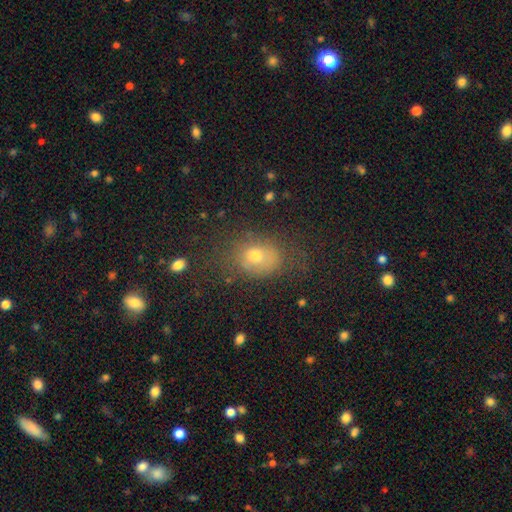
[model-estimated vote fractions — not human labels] smooth 69%, featured or disk 16%, star or artifact 16%. Down the decision tree: how rounded — in between (54%); merging — none (62%).